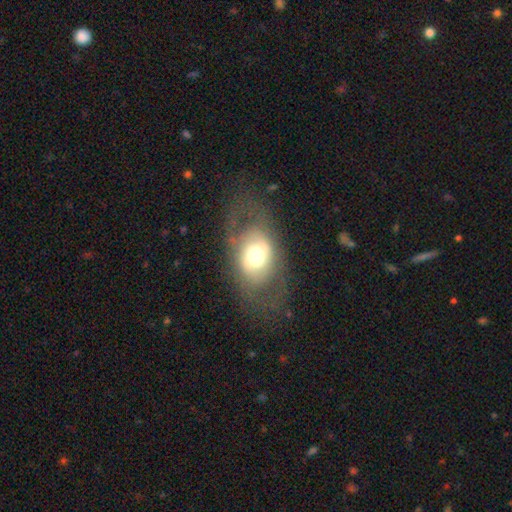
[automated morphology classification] smooth 47%, featured or disk 43%, star or artifact 9%. Down the decision tree: merging — none (65%).